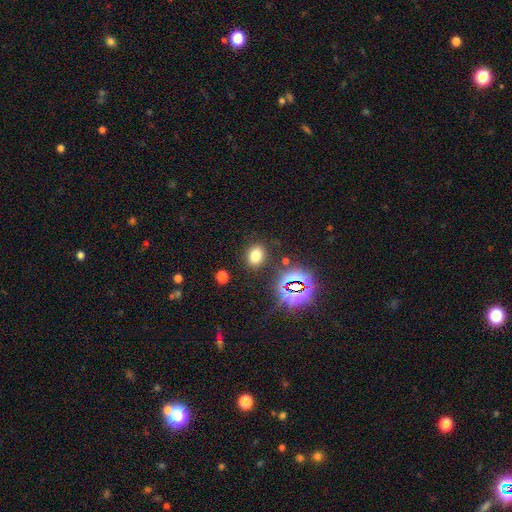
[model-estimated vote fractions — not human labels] A smooth galaxy with no disk features (69%) that is in between round and cigar-shaped (58%).

Vote fractions:
- Smooth or featured? smooth: 69% / star or artifact: 23% / featured or disk: 8%
- How rounded? in between: 58% / round: 41% / cigar-shaped: 1%
- Merging? none: 85% / minor disturbance: 8% / major disturbance: 3% / merger: 3%